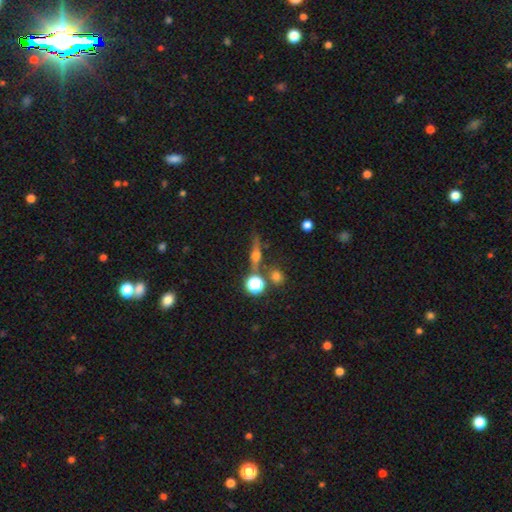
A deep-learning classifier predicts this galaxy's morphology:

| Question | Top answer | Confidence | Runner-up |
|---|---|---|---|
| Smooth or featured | featured or disk | 60% | smooth (24%) |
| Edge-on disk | yes | 92% | no (8%) |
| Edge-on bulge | rounded | 91% | boxy (5%) |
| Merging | none | 76% | minor disturbance (11%) |